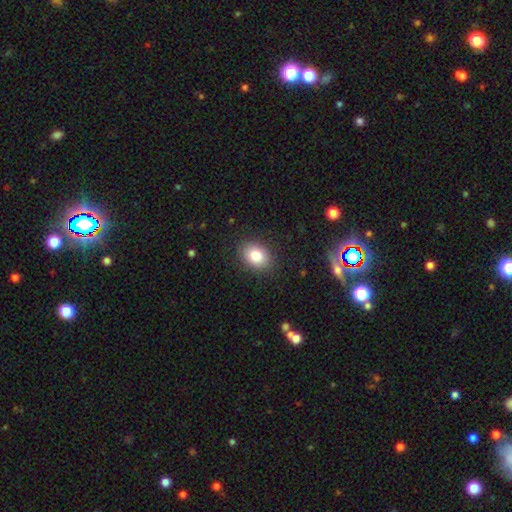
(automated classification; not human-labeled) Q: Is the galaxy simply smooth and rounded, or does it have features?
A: smooth — 82%.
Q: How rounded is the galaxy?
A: in between — 64%.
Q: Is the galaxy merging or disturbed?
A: none — 87%.